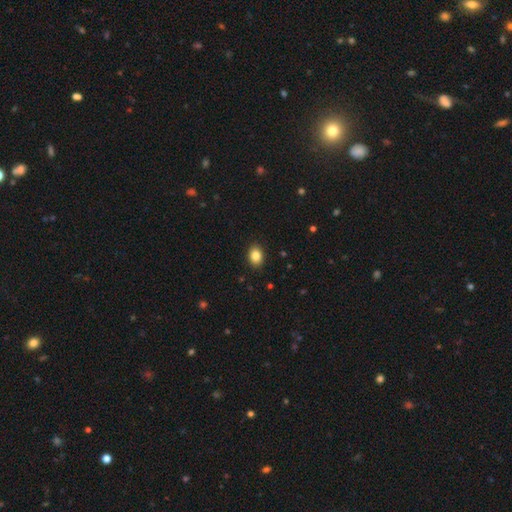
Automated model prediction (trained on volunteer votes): Q: Smooth or featured?
A: smooth (85%); runner-up: star or artifact (9%)
Q: How rounded?
A: in between (69%); runner-up: round (30%)
Q: Merging?
A: none (90%); runner-up: minor disturbance (7%)